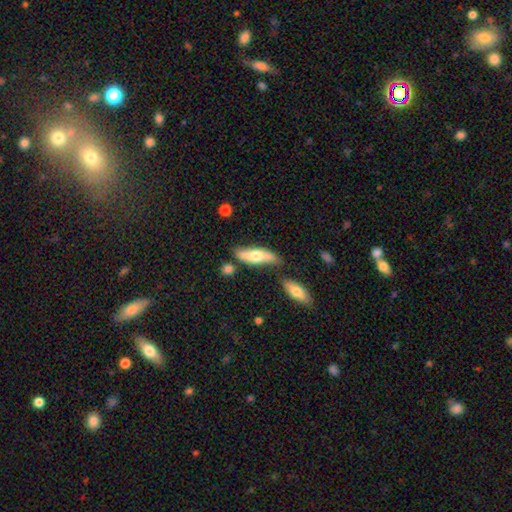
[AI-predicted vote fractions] smooth_or_featured: smooth (p=0.56) [alt: featured or disk p=0.38]
how_rounded: cigar-shaped (p=0.49) [tied with: in between p=0.49]
merging: none (p=0.61) [alt: minor disturbance p=0.21]